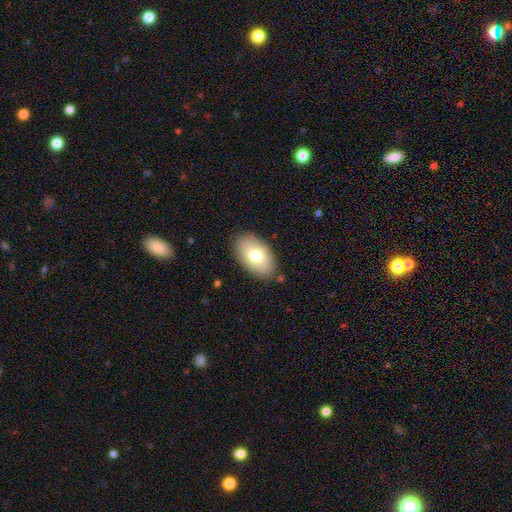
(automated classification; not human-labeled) A smooth galaxy with no disk features (72%) that is in between round and cigar-shaped (93%).

Vote fractions:
- Smooth or featured? smooth: 72% / featured or disk: 20% / star or artifact: 7%
- How rounded? in between: 93% / round: 6% / cigar-shaped: 1%
- Merging? none: 85% / minor disturbance: 11% / major disturbance: 3% / merger: 1%